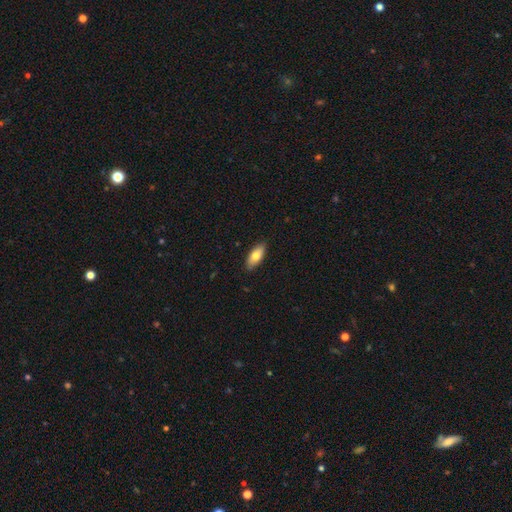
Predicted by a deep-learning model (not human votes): Smooth or featured? smooth (77%)
How rounded? in between (83%)
Merging? none (88%)